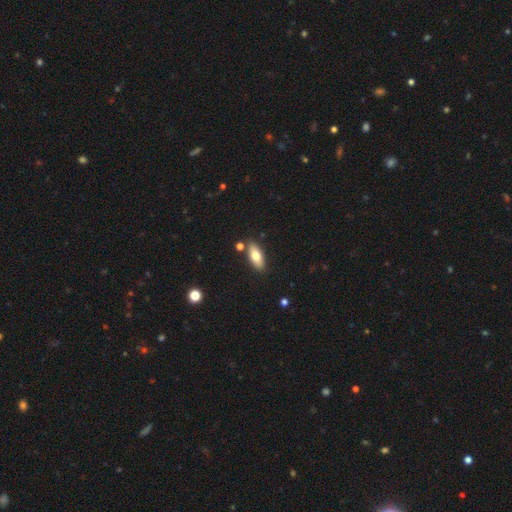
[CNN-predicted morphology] smooth-or-featured: smooth: 72% | featured or disk: 22% | star or artifact: 7%
  how-rounded: in between: 79% | cigar-shaped: 18% | round: 3%
  merging: none: 83% | minor disturbance: 10% | merger: 5% | major disturbance: 2%